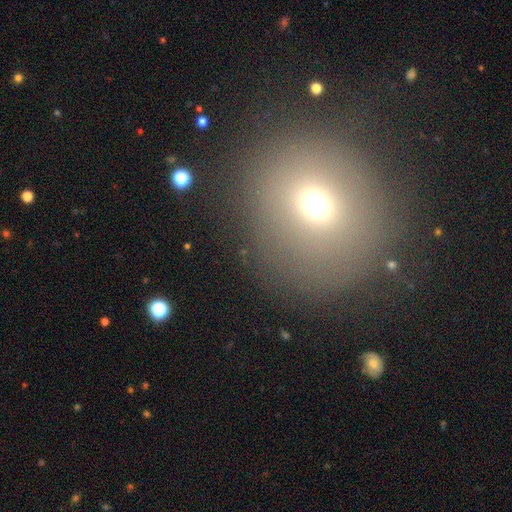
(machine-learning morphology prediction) Smooth or featured? Predicted: smooth (p=0.63). How rounded? Predicted: round (p=0.89). Merging? Predicted: none (p=0.85).